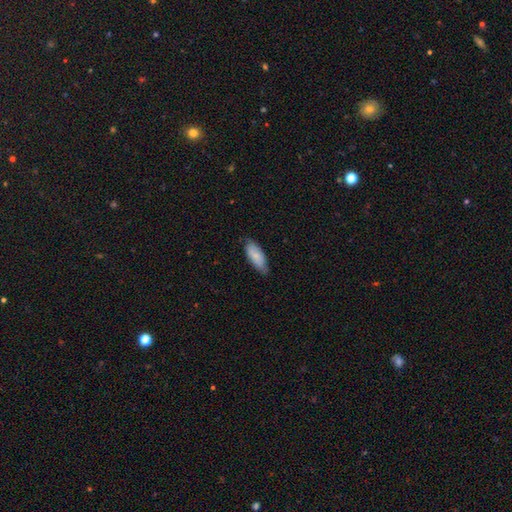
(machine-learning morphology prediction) Smooth or featured? Predicted: smooth (p=0.78). How rounded? Predicted: in between (p=0.80). Merging? Predicted: none (p=0.74).